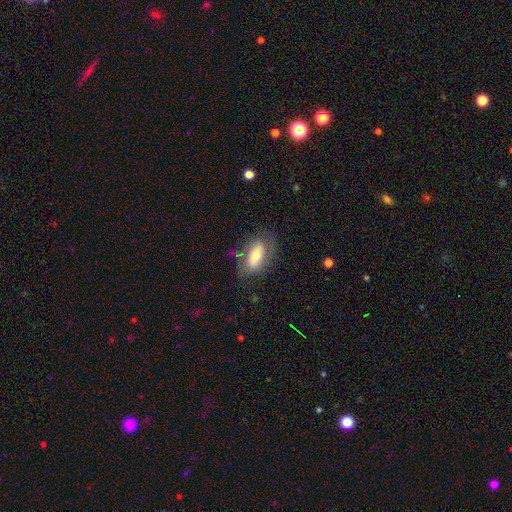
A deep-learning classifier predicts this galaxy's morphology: type=smooth (55%); roundness=in between (83%); merging=none (63%).